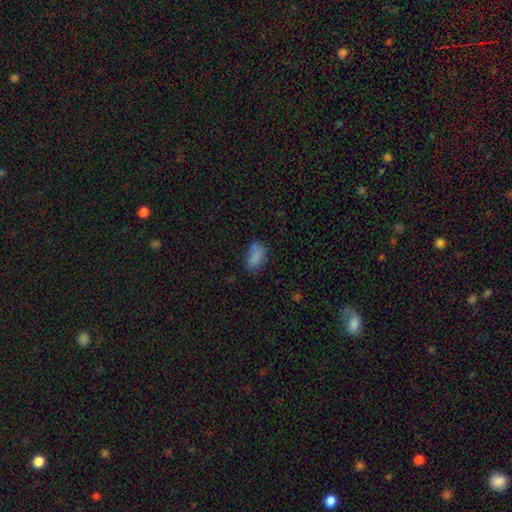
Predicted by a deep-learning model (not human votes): Smooth or featured? smooth (81%)
How rounded? in between (91%)
Merging? none (63%)